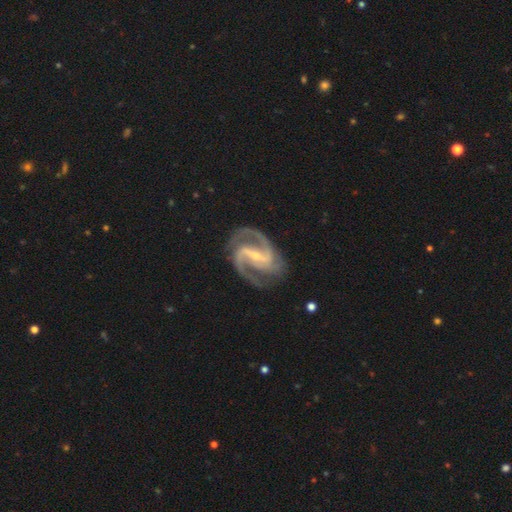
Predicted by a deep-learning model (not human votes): A featured or disk galaxy (94%) with a strong bar (62%), 2 (72%) medium (61%) spiral arms (99%) and a small central bulge (73%).

Vote fractions:
- Smooth or featured? featured or disk: 94% / star or artifact: 4% / smooth: 3%
- Edge-on disk? no: 98% / yes: 2%
- Bar? strong: 62% / weak: 28% / no: 9%
- Spiral arms? yes: 99% / no: 1%
- Spiral winding? medium: 61% / tight: 27% / loose: 13%
- Spiral arm count? 2: 72% / 3: 17% / can't tell: 3% / 4: 3% / 1: 2% / more than 4: 2%
- Bulge size? small: 73% / moderate: 23% / none: 2% / large: 1% / dominant: 1%
- Merging? none: 77% / minor disturbance: 15% / major disturbance: 6% / merger: 2%